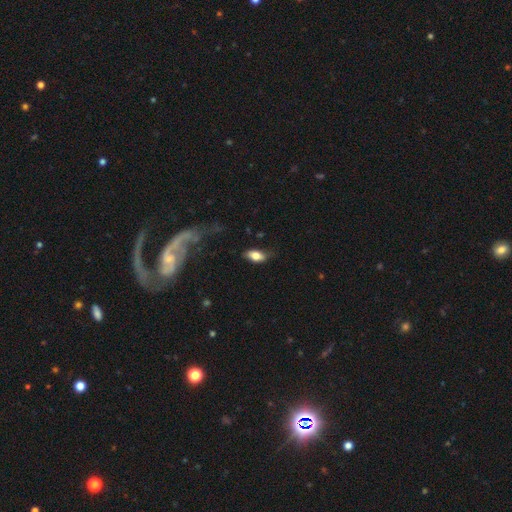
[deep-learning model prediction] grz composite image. It shows a smooth galaxy with no disk features (75%) that is in between round and cigar-shaped (88%). Merging: none (72%).